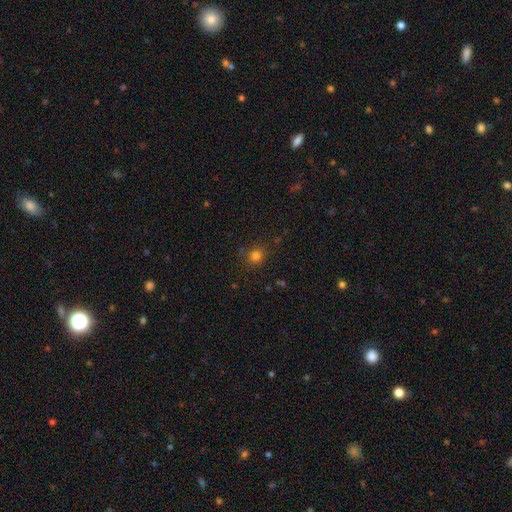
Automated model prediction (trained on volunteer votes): Overall: smooth (78%). How rounded: round (84%). Merging: none (84%).